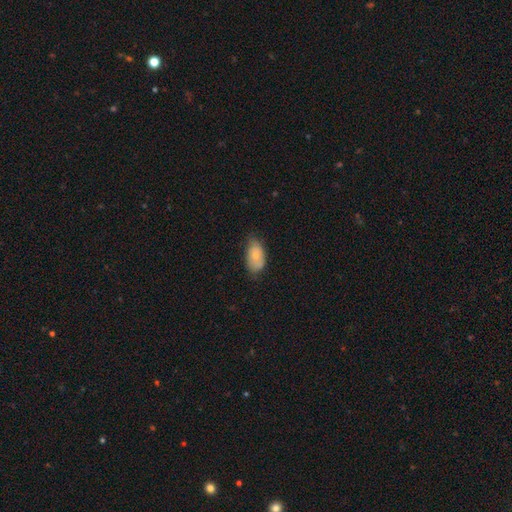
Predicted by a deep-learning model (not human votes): The model was most divided on "merging": none: 61%, minor disturbance: 32%, major disturbance: 6%, merger: 1%. More confident: how rounded — in between (93%); smooth or featured — smooth (77%).